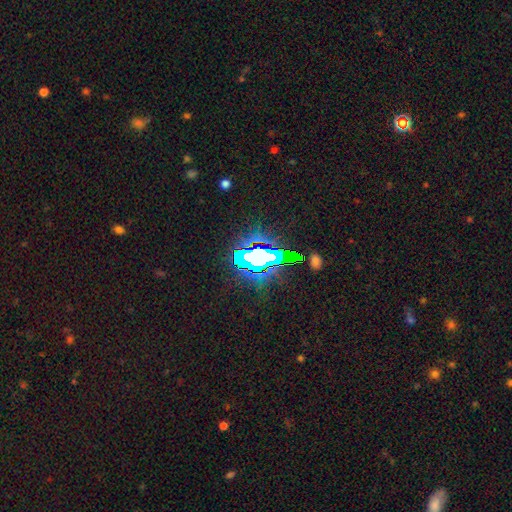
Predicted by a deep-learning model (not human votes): smooth-or-featured: star or artifact: 64% | smooth: 20% | featured or disk: 16%